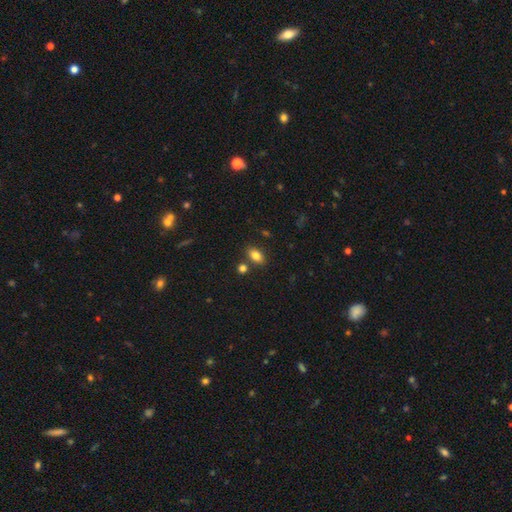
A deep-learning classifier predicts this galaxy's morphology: A smooth galaxy with no disk features (82%) that is in between round and cigar-shaped (87%).

Vote fractions:
- Smooth or featured? smooth: 82% / star or artifact: 10% / featured or disk: 8%
- How rounded? in between: 87% / round: 11% / cigar-shaped: 3%
- Merging? none: 79% / minor disturbance: 10% / merger: 9% / major disturbance: 3%